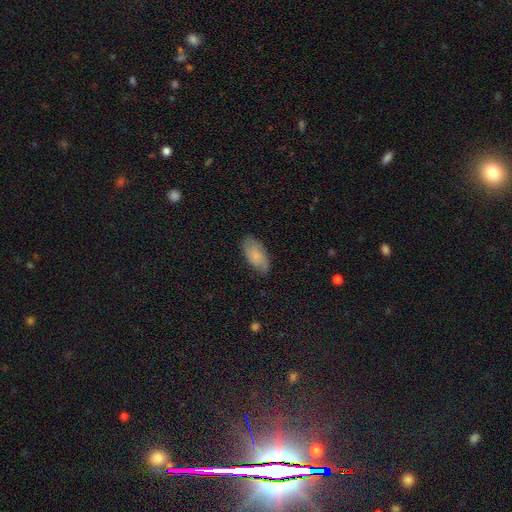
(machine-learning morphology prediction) type=smooth (78%); roundness=in between (93%); merging=none (78%).